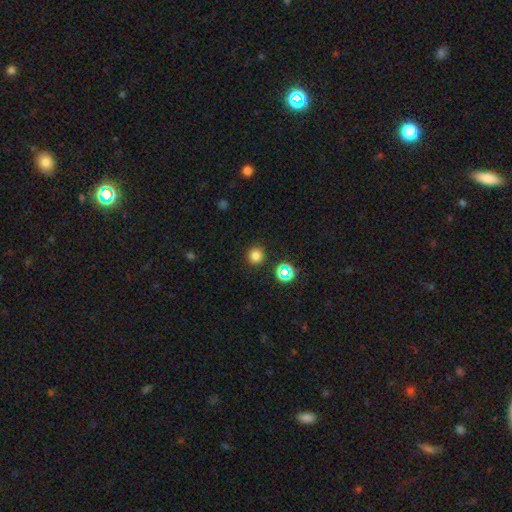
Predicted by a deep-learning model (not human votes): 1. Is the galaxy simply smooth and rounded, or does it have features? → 78% smooth, 17% star or artifact, 5% featured or disk.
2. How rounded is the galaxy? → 94% round, 5% in between, 1% cigar-shaped.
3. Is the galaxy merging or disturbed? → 90% none, 6% minor disturbance, 2% major disturbance, 2% merger.